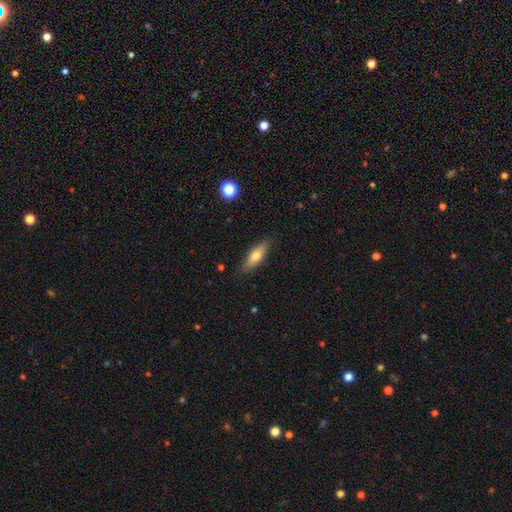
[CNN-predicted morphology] A smooth galaxy with no disk features (69%) that is in between round and cigar-shaped (58%).

Vote fractions:
- Smooth or featured? smooth: 69% / featured or disk: 24% / star or artifact: 7%
- How rounded? in between: 58% / cigar-shaped: 40% / round: 2%
- Merging? none: 85% / minor disturbance: 11% / major disturbance: 2% / merger: 1%